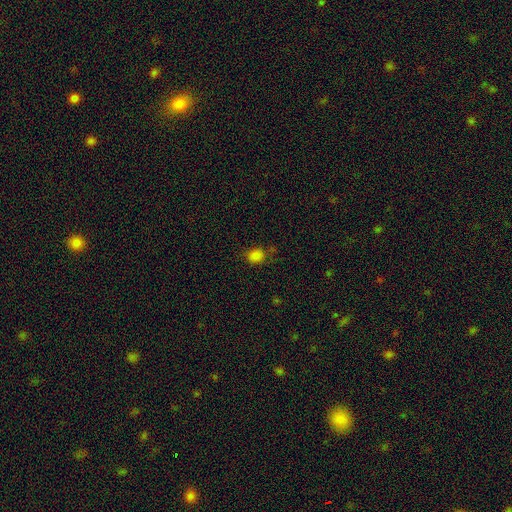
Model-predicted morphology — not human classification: Smooth or featured: smooth — 80% (star or artifact — 16%)
How rounded: round — 63% (in between — 36%)
Merging: none — 72% (minor disturbance — 19%)